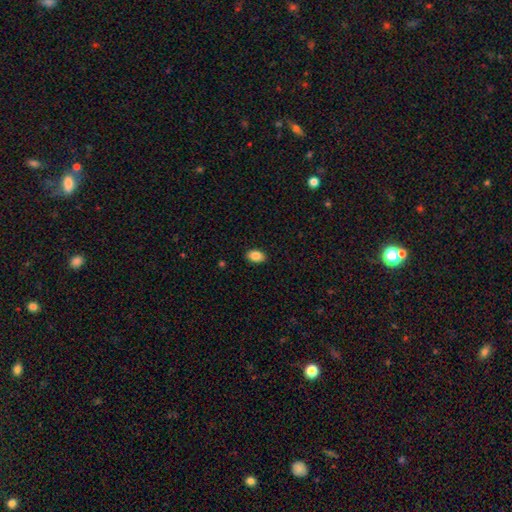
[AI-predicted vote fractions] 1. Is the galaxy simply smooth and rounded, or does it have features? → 86% smooth, 8% star or artifact, 6% featured or disk.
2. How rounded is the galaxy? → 88% in between, 11% round, 1% cigar-shaped.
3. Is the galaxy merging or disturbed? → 89% none, 8% minor disturbance, 2% major disturbance, 1% merger.